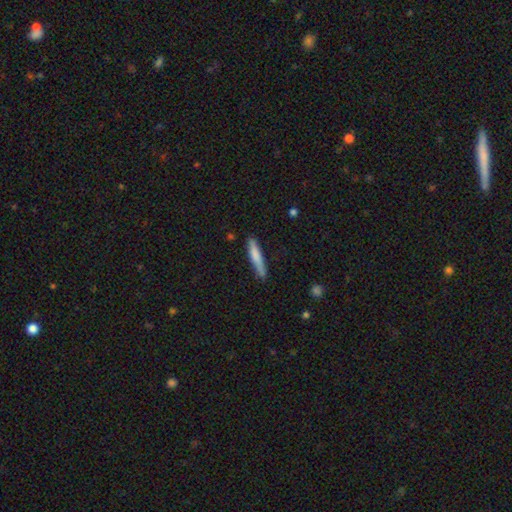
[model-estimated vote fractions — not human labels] This appears to be a smooth galaxy with no disk features (72%) that is cigar-shaped (92%). Merging: none (81%).